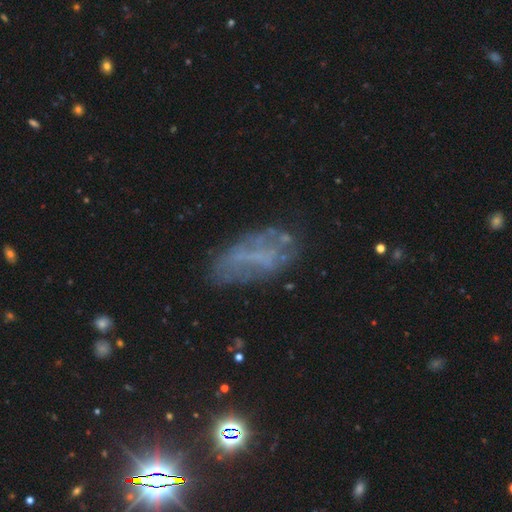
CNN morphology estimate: This appears to be a featured or disk galaxy (50%). Merging: none (60%).